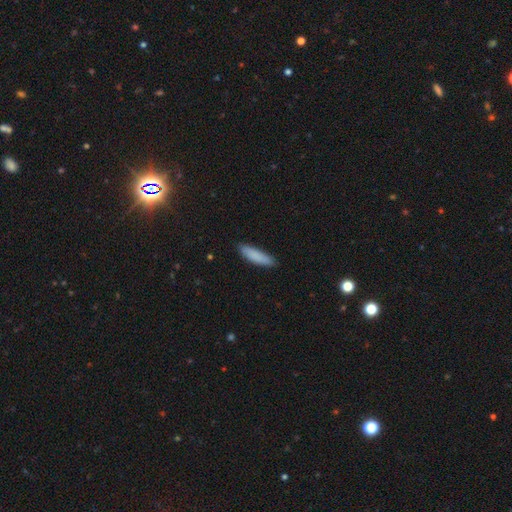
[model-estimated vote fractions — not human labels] smooth_or_featured: smooth (p=0.87) [alt: featured or disk p=0.07]
how_rounded: cigar-shaped (p=0.72) [alt: in between p=0.27]
merging: none (p=0.87) [alt: minor disturbance p=0.11]